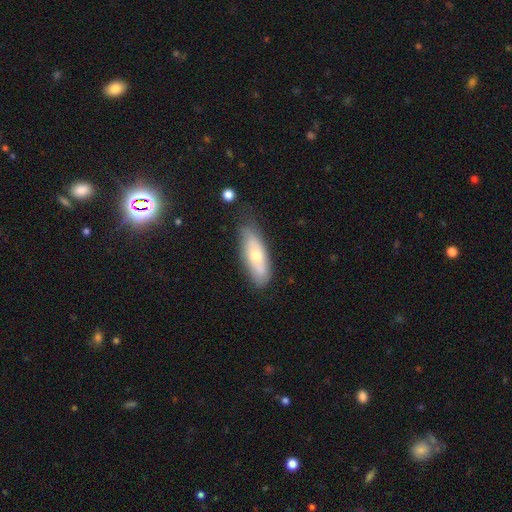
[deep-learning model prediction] A smooth galaxy with no disk features (53%) that is in between round and cigar-shaped (65%). Merging: none (67%).